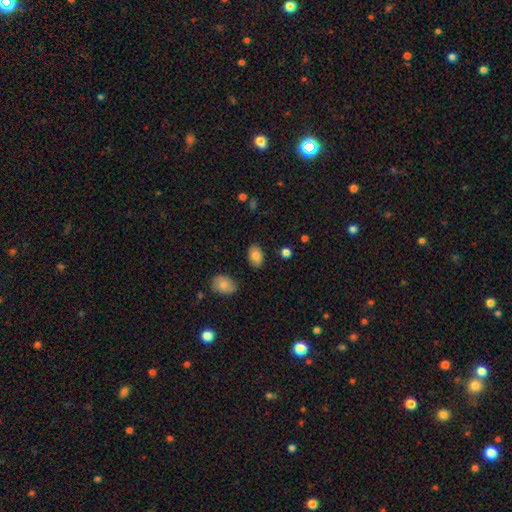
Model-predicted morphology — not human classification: Smooth or featured?
  - smooth: 82% *
  - featured or disk: 9%
  - star or artifact: 8%
How rounded?
  - in between: 87% *
  - round: 12%
  - cigar-shaped: 1%
Merging?
  - none: 84% *
  - minor disturbance: 11%
  - major disturbance: 2%
  - merger: 2%